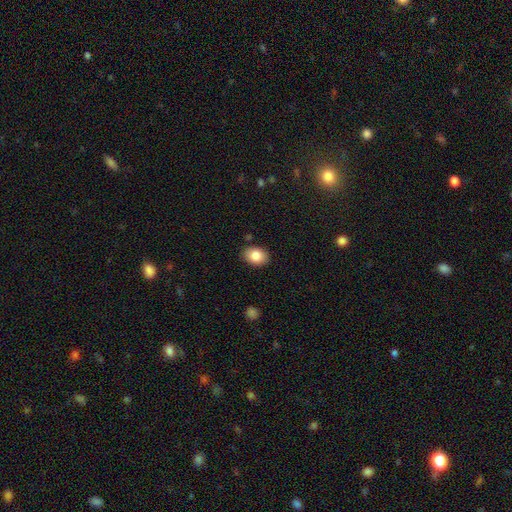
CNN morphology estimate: type=smooth (84%); roundness=in between (73%); merging=none (86%).